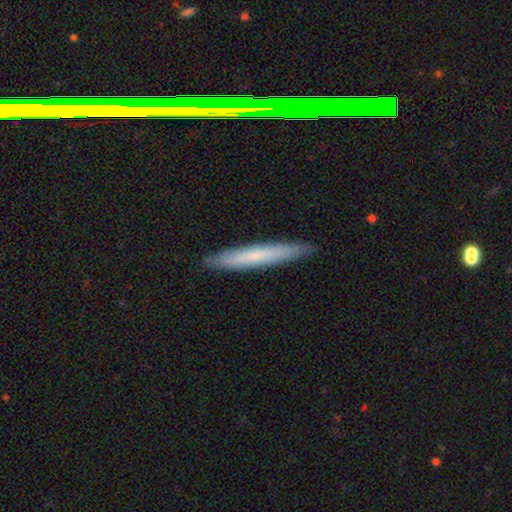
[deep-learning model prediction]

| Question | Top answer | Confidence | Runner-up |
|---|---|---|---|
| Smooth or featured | smooth | 60% | featured or disk (32%) |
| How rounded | cigar-shaped | 94% | in between (5%) |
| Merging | none | 89% | minor disturbance (8%) |